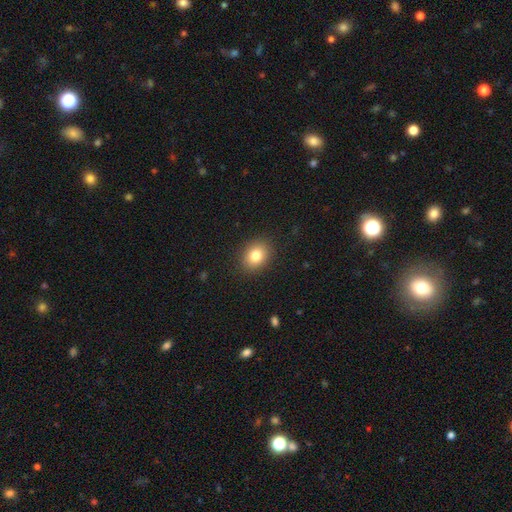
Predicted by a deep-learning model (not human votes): Smooth or featured? Predicted: smooth (p=0.81). How rounded? Predicted: in between (p=0.50). Merging? Predicted: none (p=0.89).